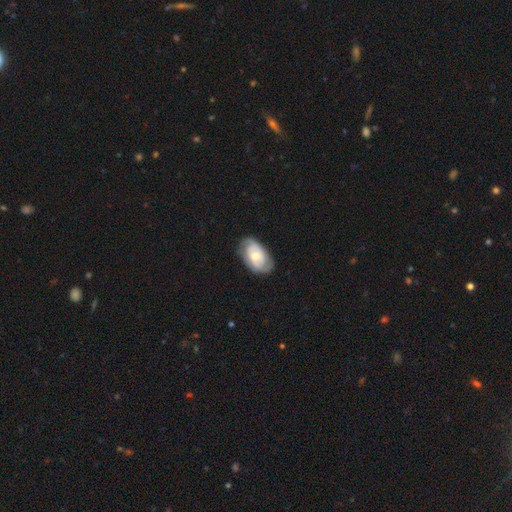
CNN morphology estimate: Overall: featured or disk (61%; smooth 33%). Edge-on disk: no (95%). Bar: no (58%; weak 34%). Spiral arms: yes (83%). Bulge size: moderate (58%; small 32%). Merging: none (74%).